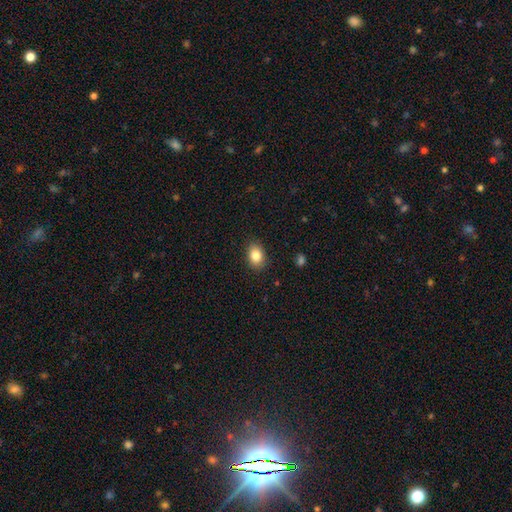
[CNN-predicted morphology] This is clearly a smooth galaxy (85%). How rounded: likely in between (72%). Merging: clearly none (87%).